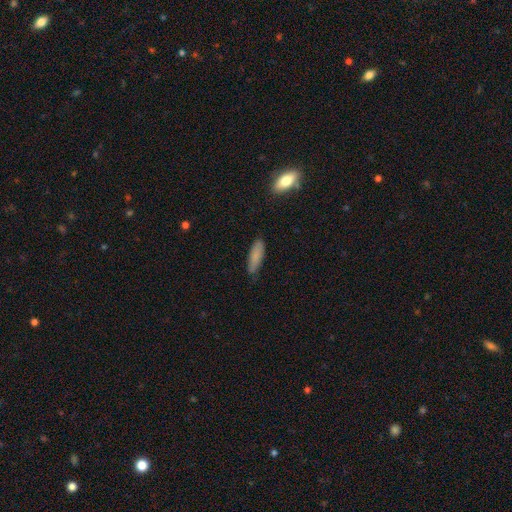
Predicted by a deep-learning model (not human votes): Q: Smooth or featured?
A: smooth (84%); runner-up: featured or disk (9%)
Q: How rounded?
A: cigar-shaped (56%); runner-up: in between (42%)
Q: Merging?
A: none (81%); runner-up: minor disturbance (15%)